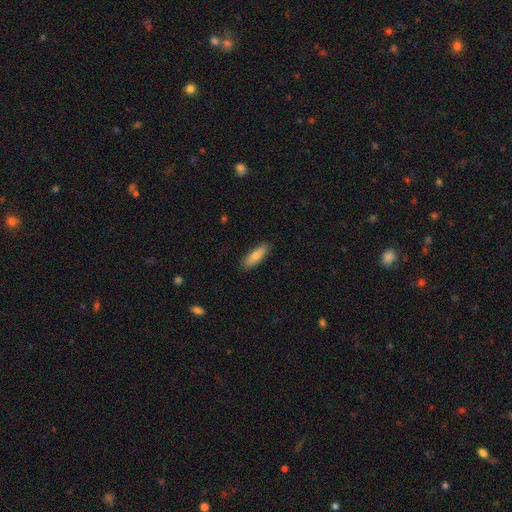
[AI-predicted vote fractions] Q: Smooth or featured?
A: smooth (78%); runner-up: featured or disk (16%)
Q: How rounded?
A: in between (50%); runner-up: cigar-shaped (48%)
Q: Merging?
A: none (87%); runner-up: minor disturbance (10%)